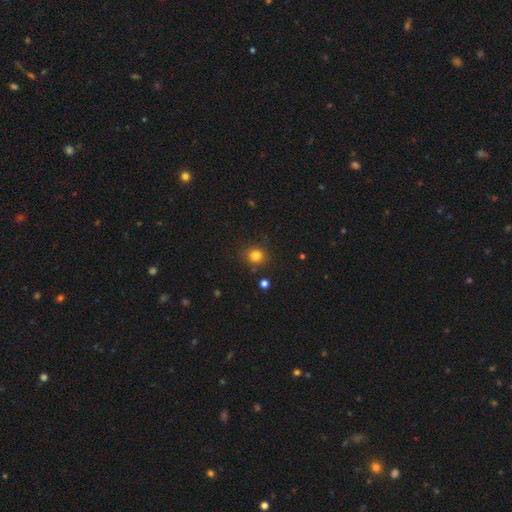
smooth-or-featured: smooth: 82% | star or artifact: 13% | featured or disk: 5%
  how-rounded: round: 78% | in between: 19% | cigar-shaped: 3%
  merging: none: 82% | minor disturbance: 15% | merger: 3% | major disturbance: 0%